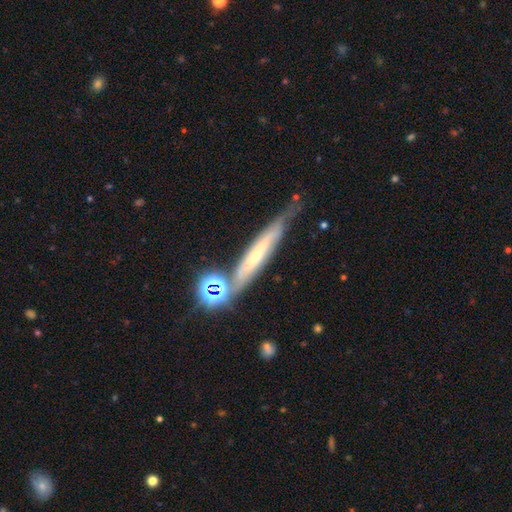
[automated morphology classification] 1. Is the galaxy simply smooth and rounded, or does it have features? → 58% featured or disk, 30% smooth, 12% star or artifact.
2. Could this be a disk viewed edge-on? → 72% yes, 28% no.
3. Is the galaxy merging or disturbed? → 62% none, 22% minor disturbance, 9% merger, 7% major disturbance.